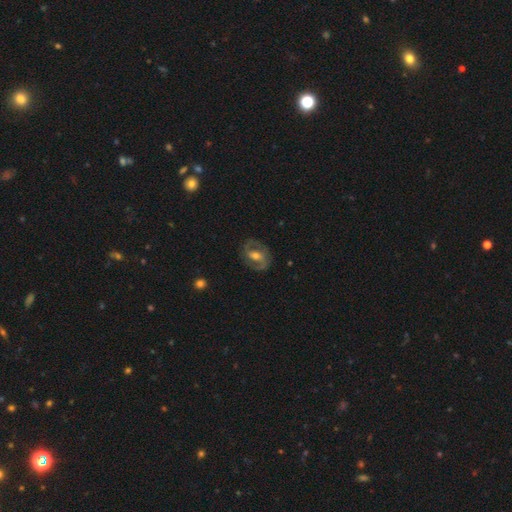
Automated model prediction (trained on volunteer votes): Smooth or featured? featured or disk (76%)
Edge-on disk? no (96%)
Bar? weak (41%)
Spiral arms? yes (80%)
Spiral winding? medium (50%)
Spiral arm count? 2 (85%)
Bulge size? moderate (65%)
Merging? none (79%)